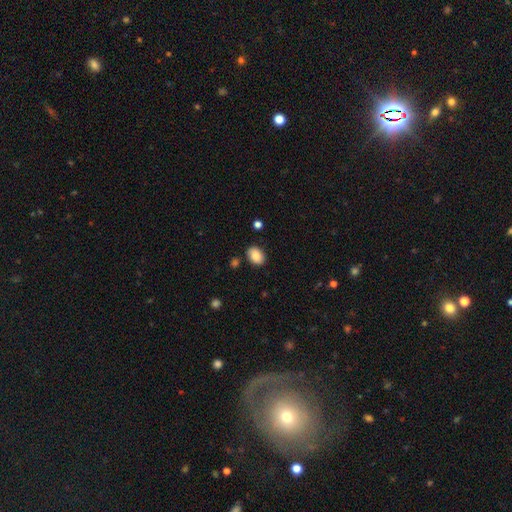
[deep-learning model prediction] Smooth or featured: smooth — 87% (star or artifact — 8%)
How rounded: in between — 77% (round — 22%)
Merging: none — 84% (minor disturbance — 11%)